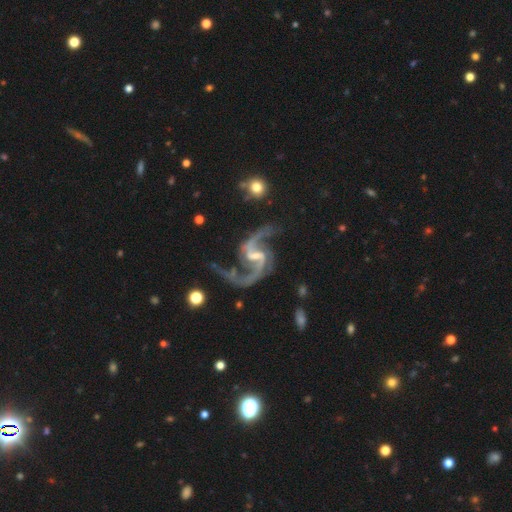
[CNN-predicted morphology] smooth_or_featured: featured or disk (p=0.94) [alt: star or artifact p=0.04]
disk_edge_on: no (p=0.98) [alt: yes p=0.02]
bar: weak (p=0.52) [alt: strong p=0.33]
has_spiral_arms: yes (p=0.98) [alt: no p=0.02]
spiral_winding: loose (p=0.58) [alt: medium p=0.35]
spiral_arm_count: 2 (p=0.92) [alt: 3 p=0.02]
bulge_size: small (p=0.52) [alt: moderate p=0.29]
merging: none (p=0.64) [alt: minor disturbance p=0.17]